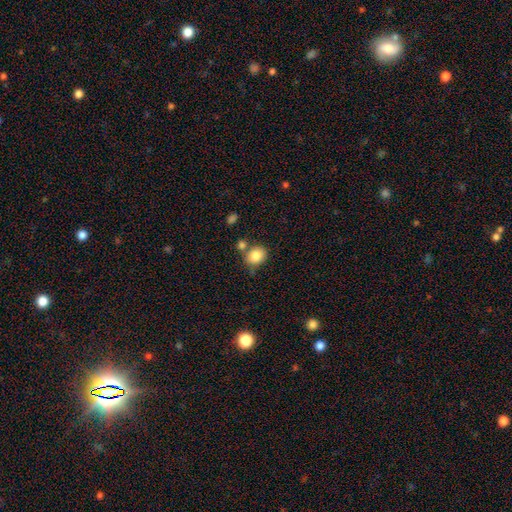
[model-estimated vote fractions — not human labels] A smooth galaxy with no disk features (83%) that is round (65%). Merging: none (64%).